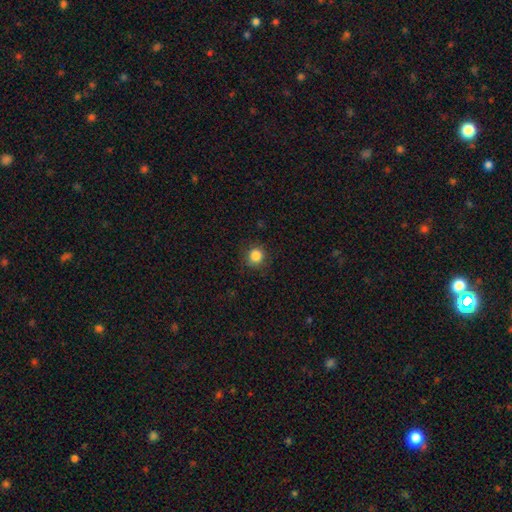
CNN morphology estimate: A smooth galaxy with no disk features (85%) that is round (91%).

Vote fractions:
- Smooth or featured? smooth: 85% / star or artifact: 11% / featured or disk: 4%
- How rounded? round: 91% / in between: 9% / cigar-shaped: 1%
- Merging? none: 85% / minor disturbance: 10% / major disturbance: 3% / merger: 1%